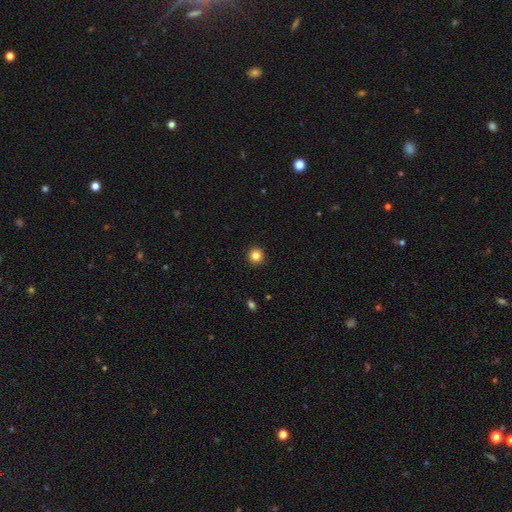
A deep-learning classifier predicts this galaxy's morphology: Smooth or featured? Predicted: smooth (p=0.83). How rounded? Predicted: round (p=0.95). Merging? Predicted: none (p=0.93).